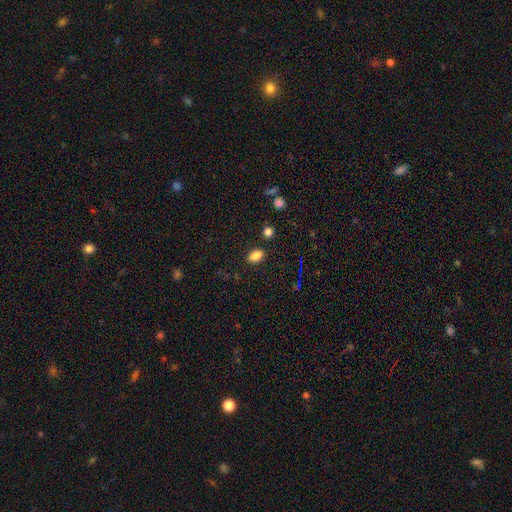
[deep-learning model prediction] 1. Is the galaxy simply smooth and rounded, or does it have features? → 85% smooth, 11% star or artifact, 4% featured or disk.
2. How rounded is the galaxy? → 86% in between, 12% round, 2% cigar-shaped.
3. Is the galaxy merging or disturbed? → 85% none, 9% minor disturbance, 3% merger, 3% major disturbance.